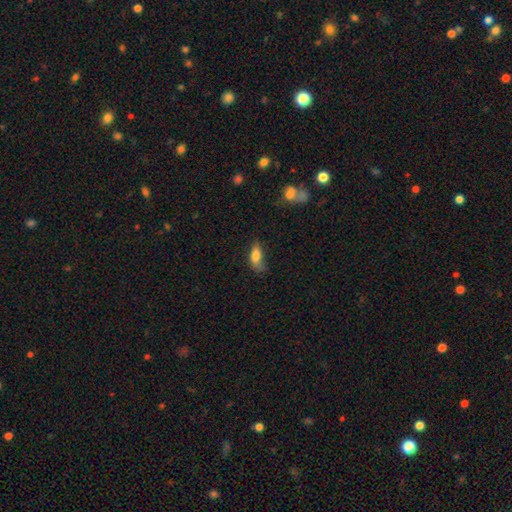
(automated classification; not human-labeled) Morphology: type=smooth (76%); roundness=in between (79%); merging=none (42%).